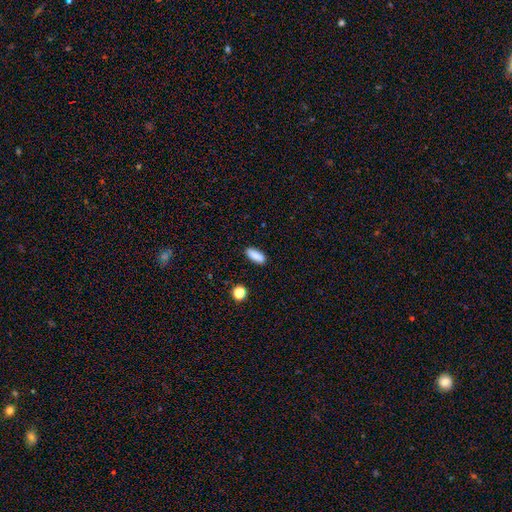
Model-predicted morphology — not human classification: The model was most divided on "how rounded": in between: 69%, cigar-shaped: 28%, round: 3%. More confident: merging — none (87%); smooth or featured — smooth (86%).